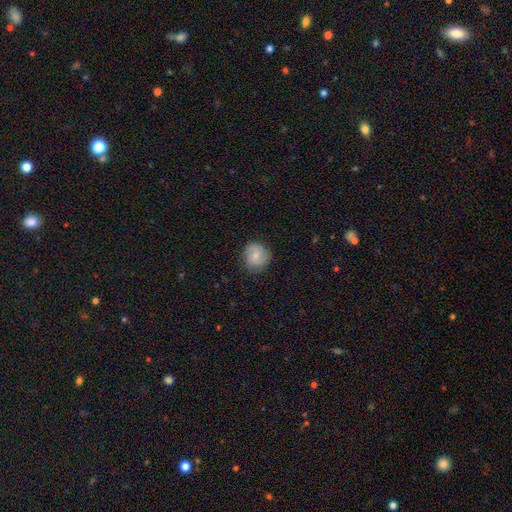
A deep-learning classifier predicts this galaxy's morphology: smooth-or-featured: smooth: 58% | featured or disk: 34% | star or artifact: 7%
  how-rounded: round: 89% | in between: 10% | cigar-shaped: 1%
  merging: none: 83% | minor disturbance: 13% | major disturbance: 3% | merger: 1%